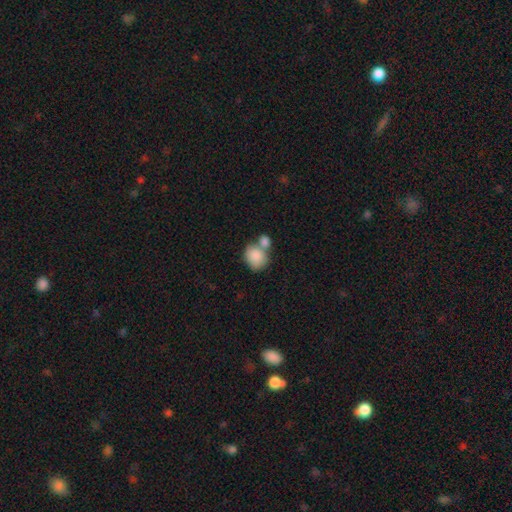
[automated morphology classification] This appears to be a smooth galaxy with no disk features (85%) that is round (54%). Merging: merger (52%).